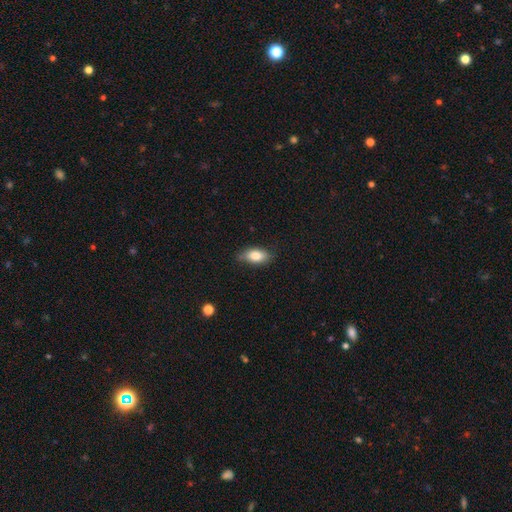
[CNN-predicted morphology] smooth-or-featured: smooth: 82% | featured or disk: 11% | star or artifact: 7%
  how-rounded: in between: 88% | cigar-shaped: 6% | round: 5%
  merging: none: 76% | minor disturbance: 19% | major disturbance: 3% | merger: 1%